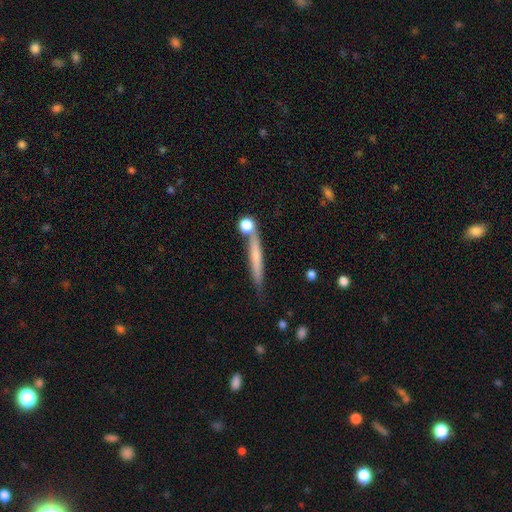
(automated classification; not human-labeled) This appears to be a smooth galaxy with no disk features (56%) that is cigar-shaped (94%). Merging: none (72%).